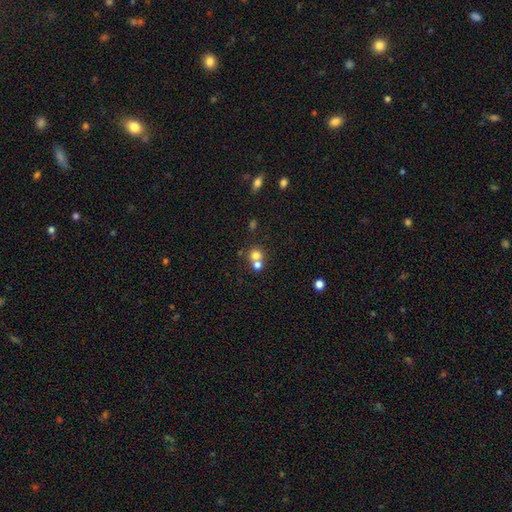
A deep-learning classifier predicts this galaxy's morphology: Overall: smooth (74%). How rounded: round (85%). Merging: merger (52%; none 40%).